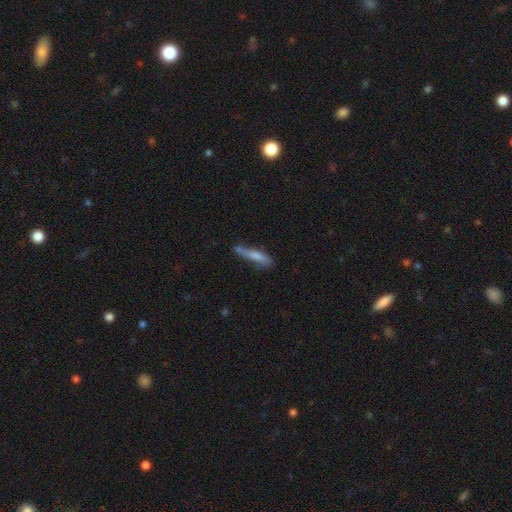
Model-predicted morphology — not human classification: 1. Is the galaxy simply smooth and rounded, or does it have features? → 59% smooth, 33% featured or disk, 8% star or artifact.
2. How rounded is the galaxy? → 88% cigar-shaped, 10% in between, 2% round.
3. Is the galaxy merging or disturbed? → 59% none, 26% minor disturbance, 8% major disturbance, 7% merger.